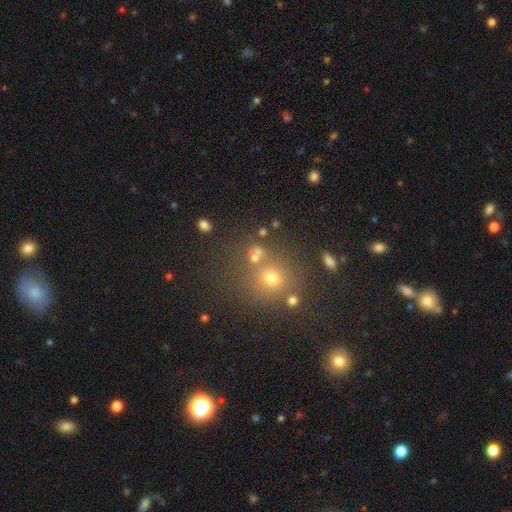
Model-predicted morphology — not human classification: This is likely a smooth galaxy (65%). How rounded: likely round (76%). Merging: likely none (61%).